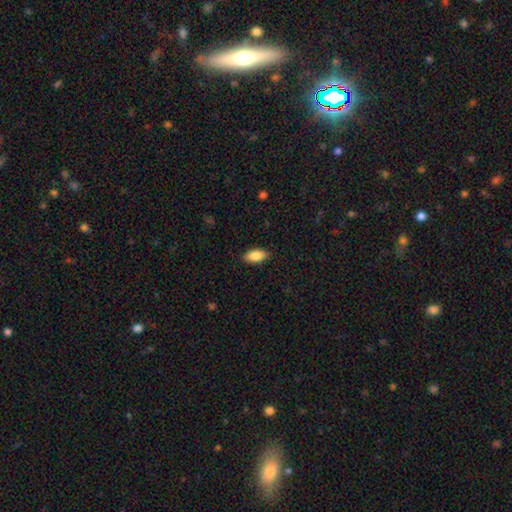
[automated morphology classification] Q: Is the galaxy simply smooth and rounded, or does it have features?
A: smooth — 87%.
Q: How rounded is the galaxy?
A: in between — 89%.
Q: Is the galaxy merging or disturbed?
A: none — 88%.